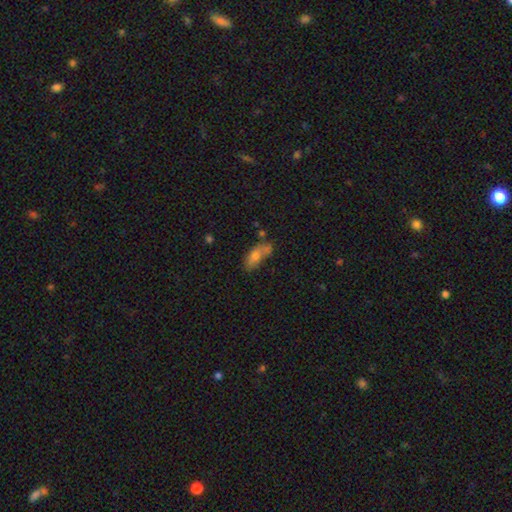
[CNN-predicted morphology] Smooth or featured? Predicted: smooth (p=0.68). How rounded? Predicted: in between (p=0.76). Merging? Predicted: none (p=0.40).